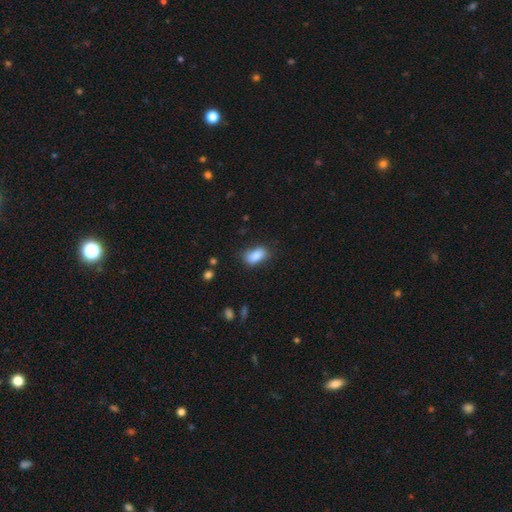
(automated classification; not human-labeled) Smooth or featured? smooth (85%)
How rounded? in between (88%)
Merging? none (78%)